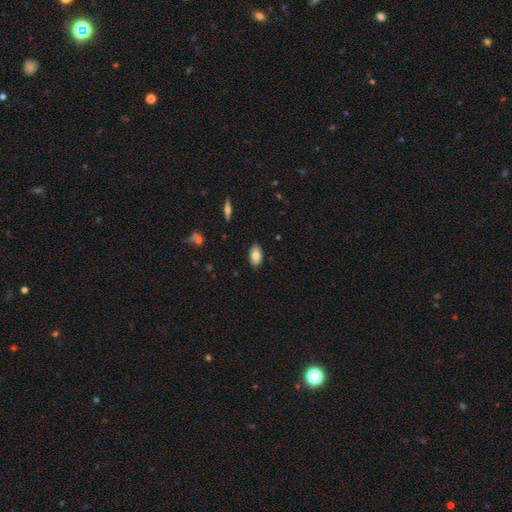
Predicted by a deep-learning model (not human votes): Q: Smooth or featured?
A: smooth (82%); runner-up: featured or disk (11%)
Q: How rounded?
A: in between (93%); runner-up: cigar-shaped (3%)
Q: Merging?
A: none (87%); runner-up: minor disturbance (10%)